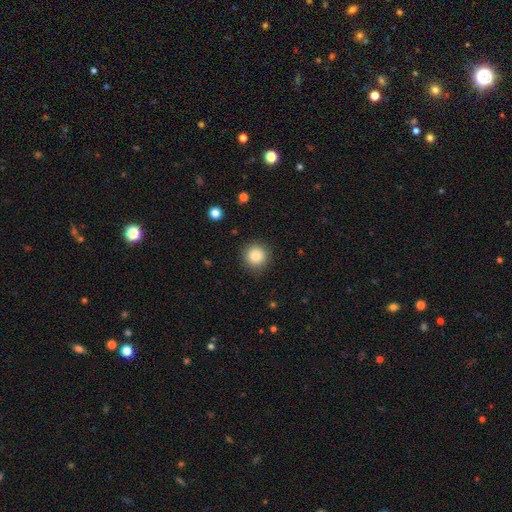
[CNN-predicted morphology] Q: Smooth or featured?
A: smooth (85%); runner-up: star or artifact (10%)
Q: How rounded?
A: round (94%); runner-up: in between (5%)
Q: Merging?
A: none (89%); runner-up: minor disturbance (7%)